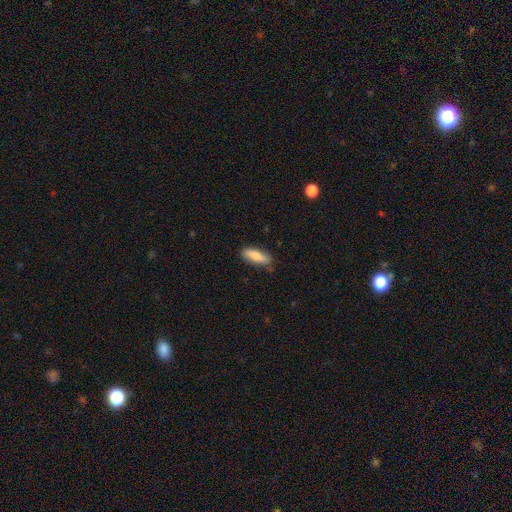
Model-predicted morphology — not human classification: Smooth or featured?
  - smooth: 81% *
  - featured or disk: 14%
  - star or artifact: 6%
How rounded?
  - in between: 61% *
  - cigar-shaped: 37%
  - round: 2%
Merging?
  - none: 81% *
  - minor disturbance: 15%
  - major disturbance: 2%
  - merger: 2%